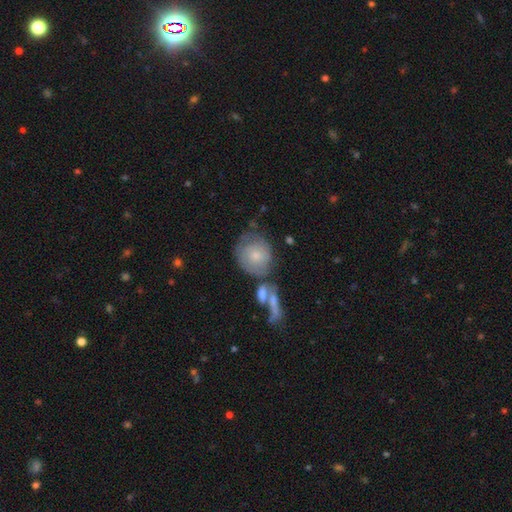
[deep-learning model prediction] smooth_or_featured: smooth (p=0.50) [alt: featured or disk p=0.42]
how_rounded: round (p=0.76) [alt: in between p=0.22]
merging: none (p=0.51) [alt: minor disturbance p=0.20]